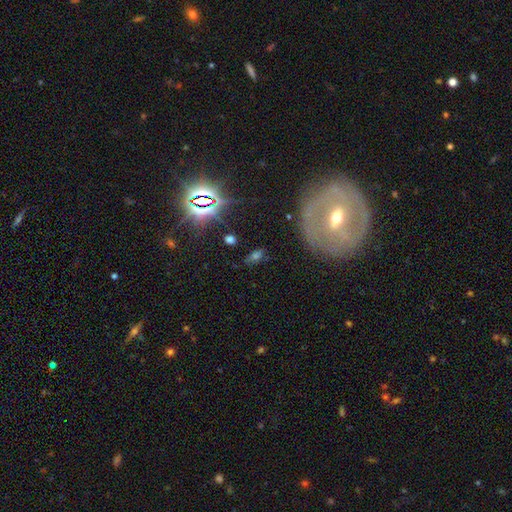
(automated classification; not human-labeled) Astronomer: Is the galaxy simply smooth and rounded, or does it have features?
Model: star or artifact — 39% (runner-up: smooth, 32%).